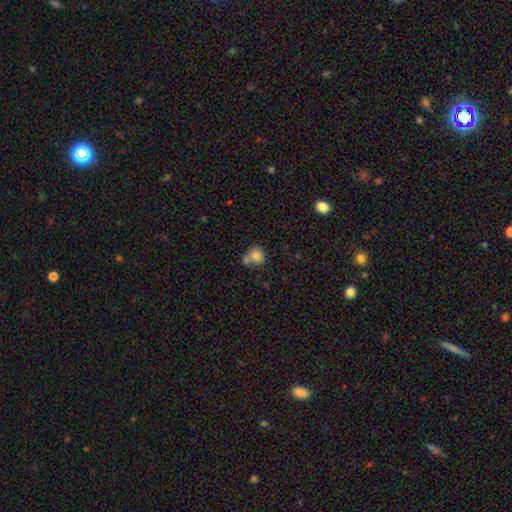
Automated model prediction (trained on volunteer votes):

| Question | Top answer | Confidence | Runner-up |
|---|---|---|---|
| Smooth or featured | smooth | 81% | star or artifact (10%) |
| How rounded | round | 83% | in between (16%) |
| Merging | none | 47% | merger (37%) |